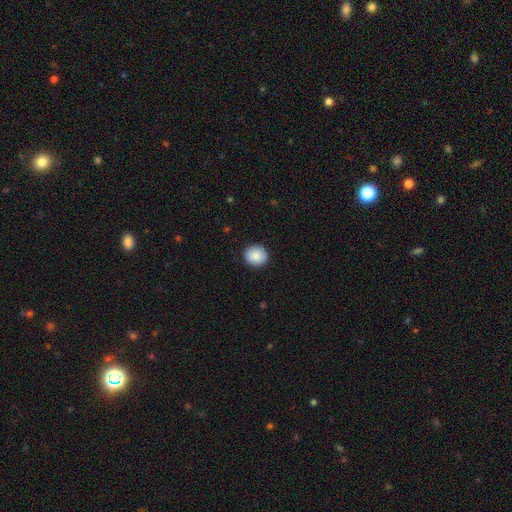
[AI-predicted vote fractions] This is clearly a smooth galaxy (87%). How rounded: clearly round (87%). Merging: clearly none (91%).